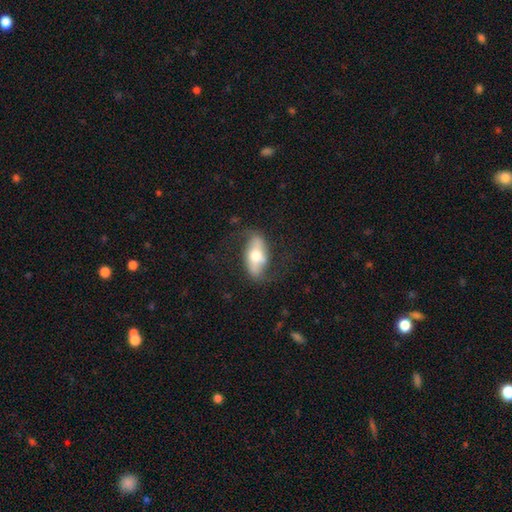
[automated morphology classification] Smooth or featured? featured or disk (61%)
Edge-on disk? no (80%)
Merging? none (69%)